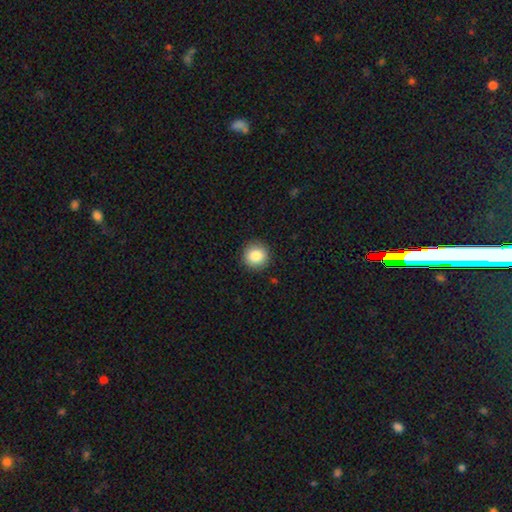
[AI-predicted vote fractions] This appears to be a smooth galaxy with no disk features (85%) that is round (93%). Merging: none (91%).